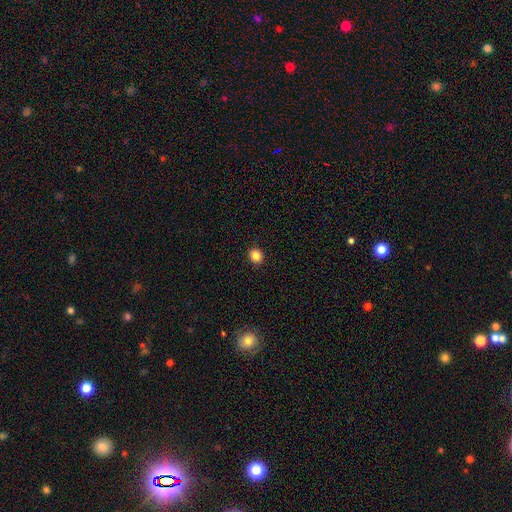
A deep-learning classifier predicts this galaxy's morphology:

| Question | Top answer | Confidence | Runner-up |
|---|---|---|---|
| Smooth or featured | smooth | 86% | star or artifact (11%) |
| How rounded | round | 75% | in between (24%) |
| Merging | none | 91% | minor disturbance (6%) |